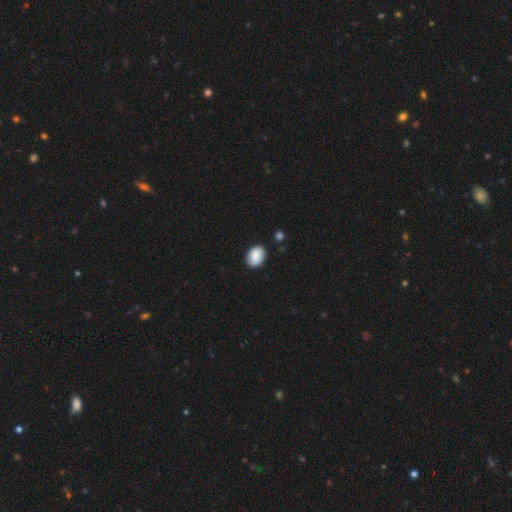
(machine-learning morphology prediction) Q: Smooth or featured?
A: smooth (82%); runner-up: featured or disk (10%)
Q: How rounded?
A: in between (76%); runner-up: round (23%)
Q: Merging?
A: none (81%); runner-up: minor disturbance (14%)